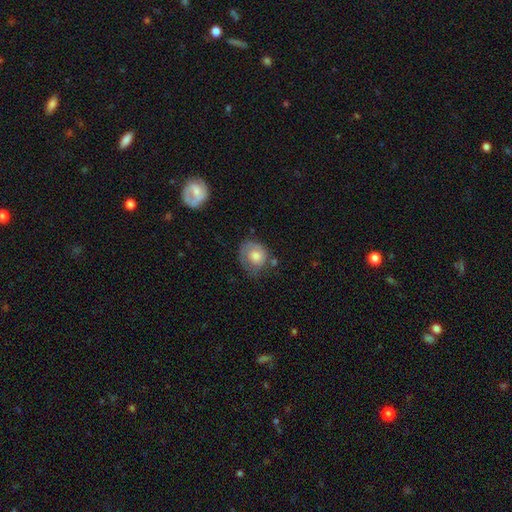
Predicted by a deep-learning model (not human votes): Morphology: type=smooth (63%); roundness=round (64%); merging=none (49%).